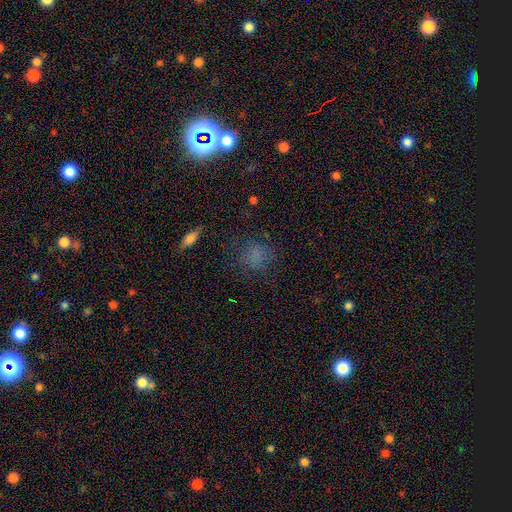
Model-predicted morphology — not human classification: Smooth or featured: smooth — 70% (star or artifact — 19%)
How rounded: round — 80% (in between — 19%)
Merging: none — 74% (minor disturbance — 16%)